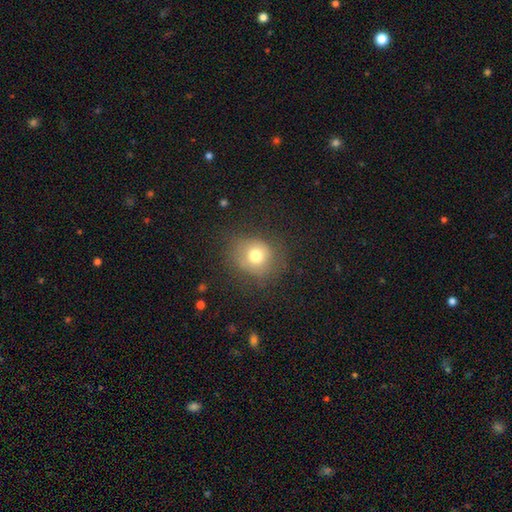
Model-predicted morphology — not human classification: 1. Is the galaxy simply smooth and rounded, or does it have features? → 72% smooth, 15% featured or disk, 13% star or artifact.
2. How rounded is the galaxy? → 76% round, 23% in between, 1% cigar-shaped.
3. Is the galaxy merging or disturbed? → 70% none, 18% minor disturbance, 10% major disturbance, 1% merger.